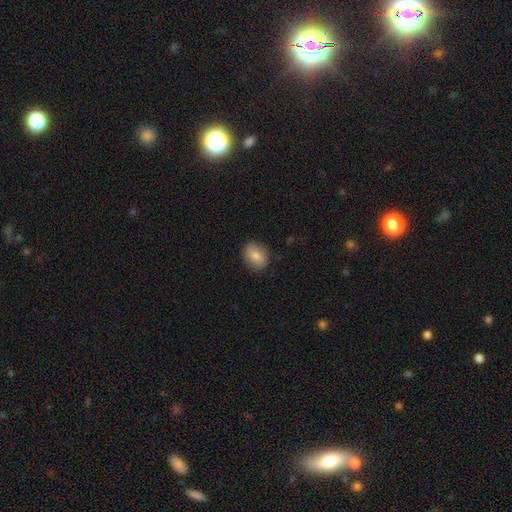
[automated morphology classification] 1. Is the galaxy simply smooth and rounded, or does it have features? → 80% smooth, 12% featured or disk, 8% star or artifact.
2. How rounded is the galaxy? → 49% in between (tied), 49% round (tied), 1% cigar-shaped.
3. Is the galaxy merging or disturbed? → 87% none, 10% minor disturbance, 2% major disturbance, 1% merger.